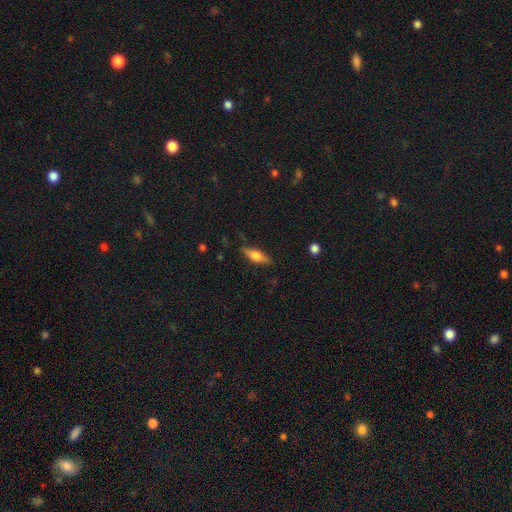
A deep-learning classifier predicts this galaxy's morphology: Smooth or featured: smooth — 66% (featured or disk — 27%)
How rounded: in between — 68% (cigar-shaped — 29%)
Merging: none — 79% (minor disturbance — 16%)